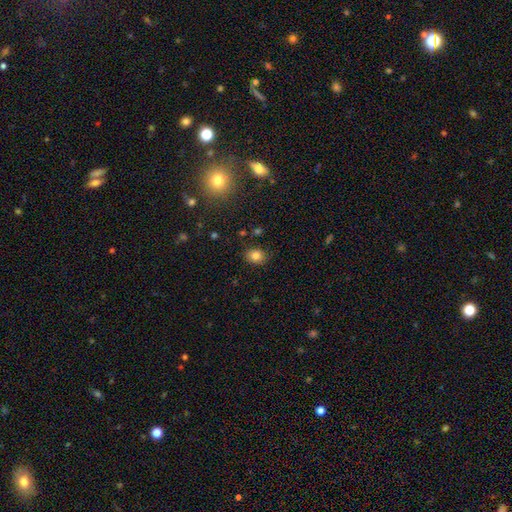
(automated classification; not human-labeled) Smooth or featured: smooth — 81% (star or artifact — 12%)
How rounded: round — 56% (in between — 43%)
Merging: none — 84% (minor disturbance — 12%)